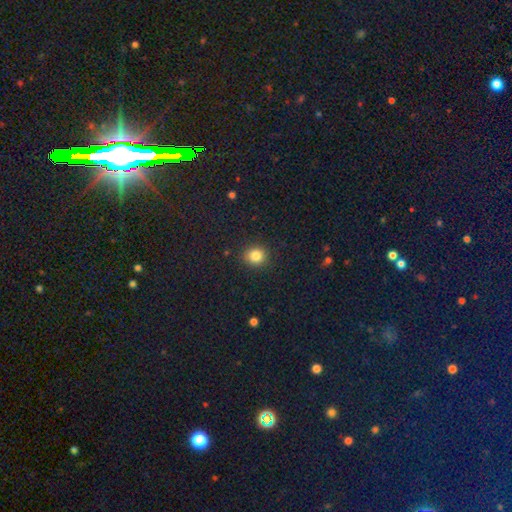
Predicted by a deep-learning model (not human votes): smooth-or-featured: smooth: 83% | star or artifact: 12% | featured or disk: 5%
  how-rounded: round: 81% | in between: 18% | cigar-shaped: 1%
  merging: none: 89% | minor disturbance: 7% | major disturbance: 2% | merger: 1%